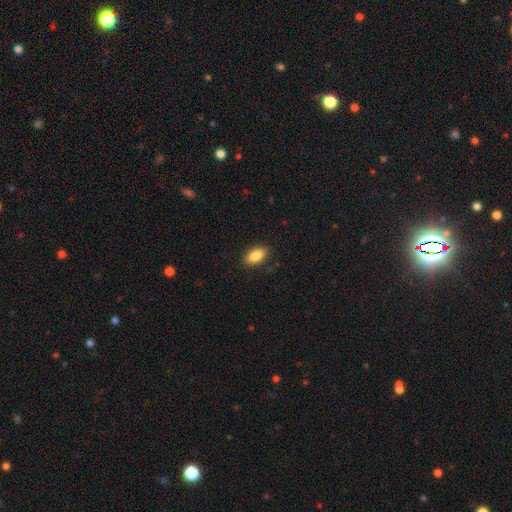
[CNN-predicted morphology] Smooth or featured: smooth — 87% (star or artifact — 7%)
How rounded: in between — 91% (cigar-shaped — 5%)
Merging: none — 88% (minor disturbance — 9%)